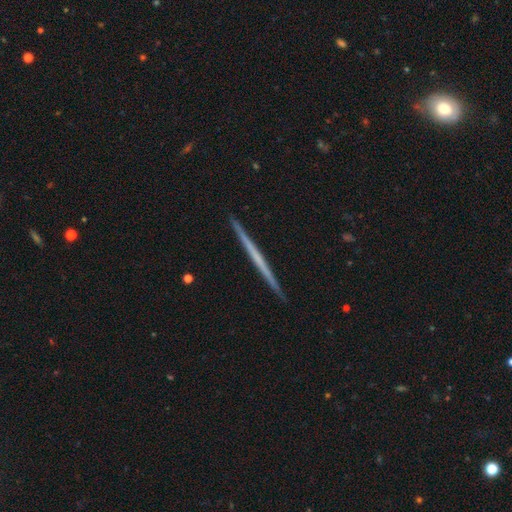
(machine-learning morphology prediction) Smooth or featured? featured or disk (62%)
Edge-on disk? yes (98%)
Edge-on bulge? none (92%)
Merging? none (93%)